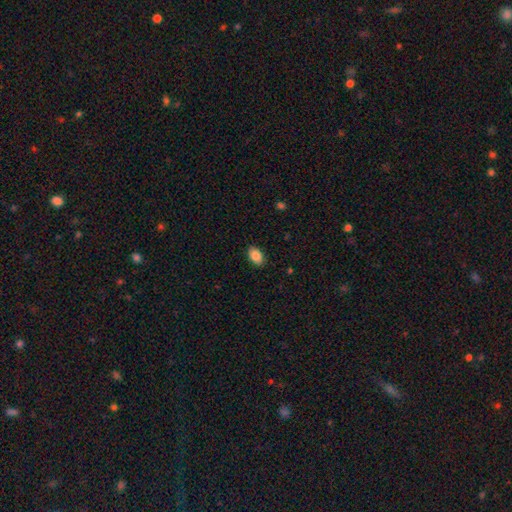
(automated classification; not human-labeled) A smooth galaxy with no disk features (88%) that is in between round and cigar-shaped (89%). Merging: none (88%).